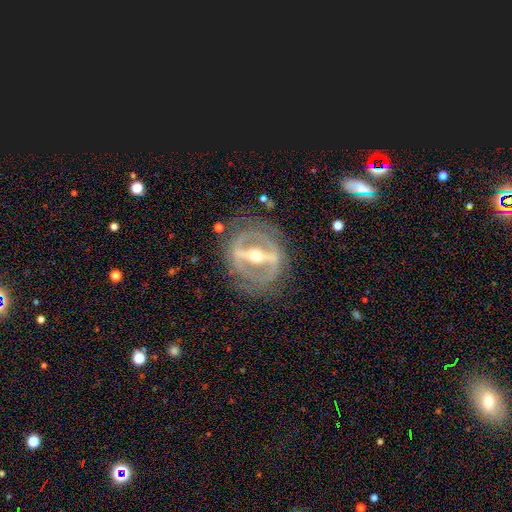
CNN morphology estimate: smooth_or_featured: featured or disk (p=0.87) [alt: smooth p=0.07]
disk_edge_on: no (p=0.83) [alt: yes p=0.17]
bar: strong (p=0.82) [alt: weak p=0.13]
has_spiral_arms: yes (p=0.63) [alt: no p=0.37]
bulge_size: moderate (p=0.65) [alt: small p=0.28]
merging: none (p=0.77) [alt: minor disturbance p=0.13]